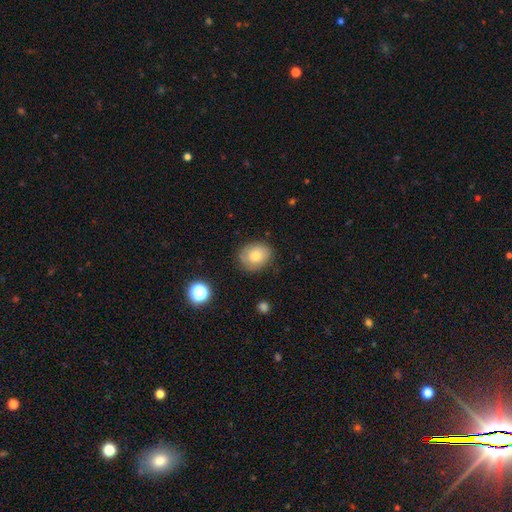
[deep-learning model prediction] This is likely a smooth galaxy (71%). How rounded: possibly round (56%). Merging: likely none (77%).